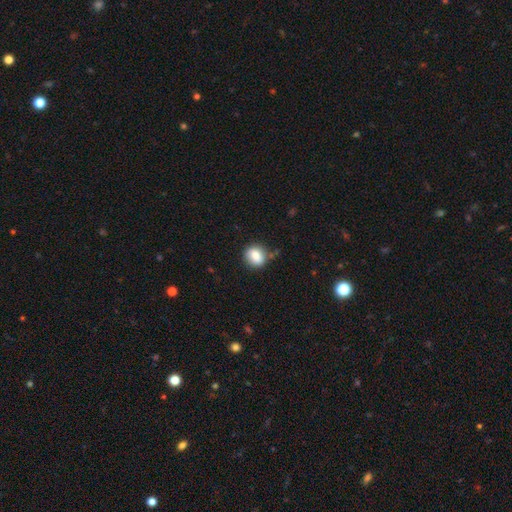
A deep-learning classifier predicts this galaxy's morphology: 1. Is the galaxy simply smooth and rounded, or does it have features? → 79% smooth, 11% featured or disk, 9% star or artifact.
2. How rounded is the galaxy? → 74% round, 25% in between, 1% cigar-shaped.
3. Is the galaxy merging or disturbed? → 78% none, 15% minor disturbance, 4% merger, 3% major disturbance.